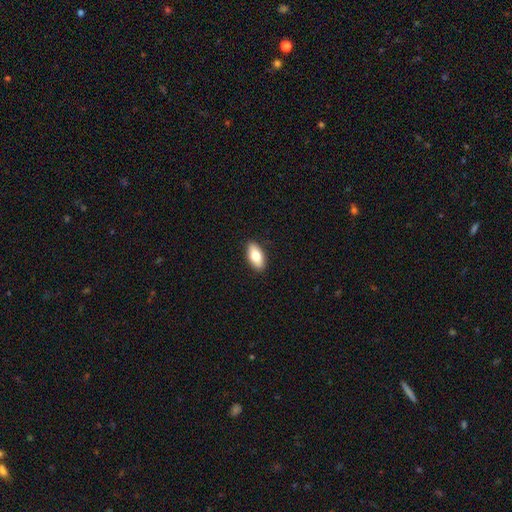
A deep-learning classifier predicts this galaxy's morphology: type=smooth (80%); roundness=in between (90%); merging=none (90%).